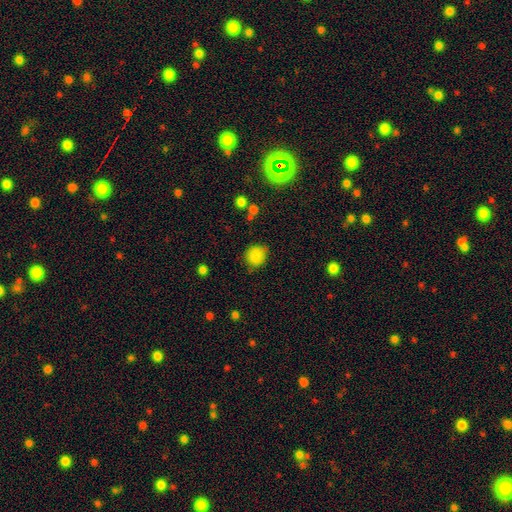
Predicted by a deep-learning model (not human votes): The model was most divided on "merging": none: 73%, minor disturbance: 20%, major disturbance: 5%, merger: 2%. More confident: smooth or featured — smooth (84%); how rounded — round (77%).